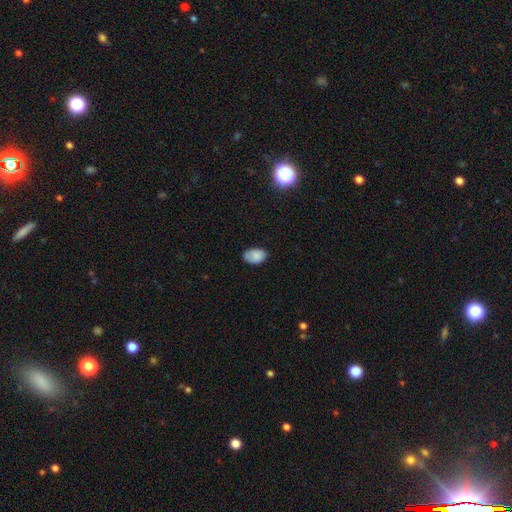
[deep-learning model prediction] This appears to be a smooth galaxy with no disk features (83%) that is in between round and cigar-shaped (88%). Merging: none (74%).